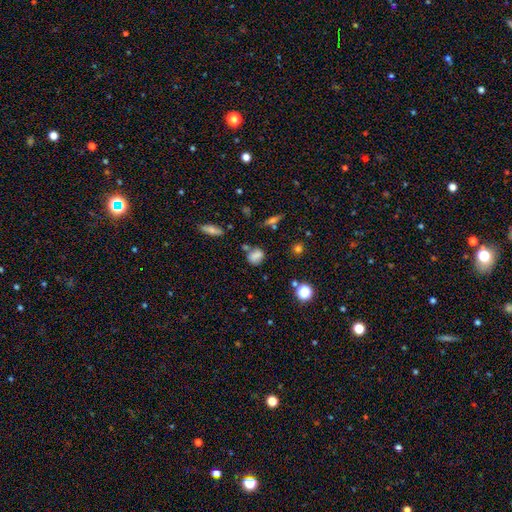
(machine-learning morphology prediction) Q: Smooth or featured?
A: smooth (72%); runner-up: star or artifact (16%)
Q: How rounded?
A: round (49%); tied with: in between (49%)
Q: Merging?
A: none (62%); runner-up: minor disturbance (21%)